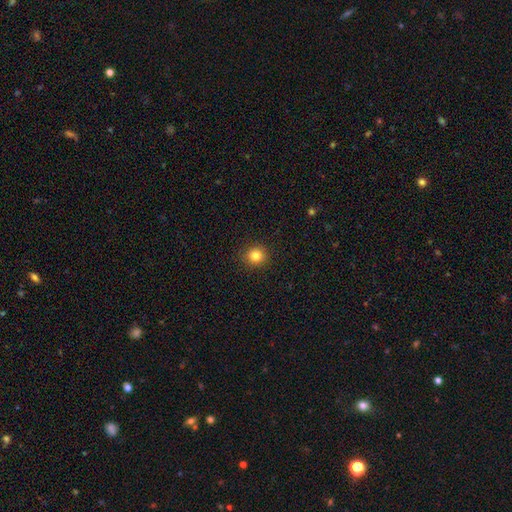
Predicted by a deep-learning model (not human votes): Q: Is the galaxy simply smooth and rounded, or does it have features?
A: smooth — 82%.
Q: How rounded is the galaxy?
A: round — 90%.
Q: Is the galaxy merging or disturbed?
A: none — 91%.